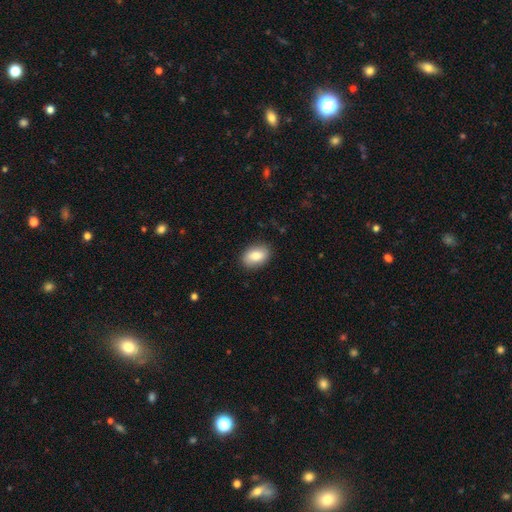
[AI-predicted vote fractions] The model was most divided on "how rounded": in between: 84%, round: 14%, cigar-shaped: 1%. More confident: merging — none (87%); smooth or featured — smooth (83%).